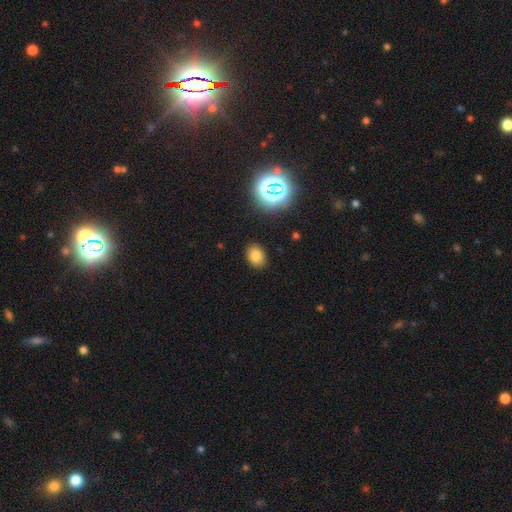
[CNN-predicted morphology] smooth 78%, star or artifact 16%, featured or disk 6%. Down the decision tree: how rounded — in between (68%); merging — none (87%).